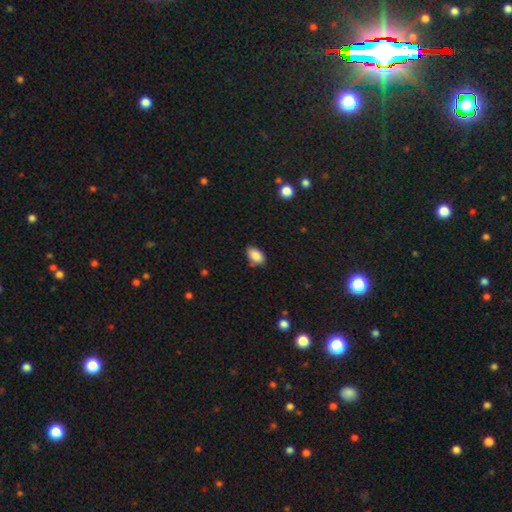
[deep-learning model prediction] This appears to be a smooth galaxy with no disk features (89%) that is in between round and cigar-shaped (91%). Merging: none (77%).